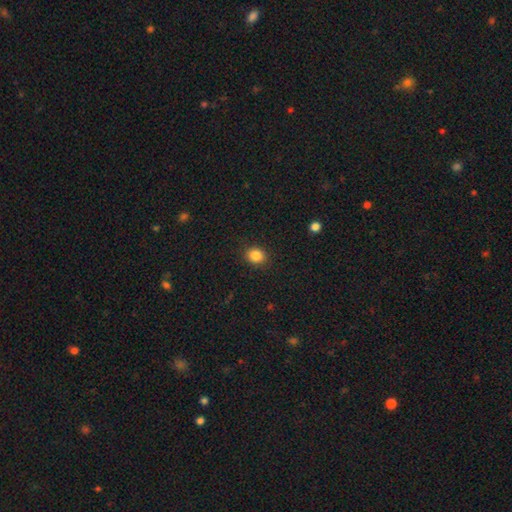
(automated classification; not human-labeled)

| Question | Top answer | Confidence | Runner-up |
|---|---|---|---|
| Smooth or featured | smooth | 85% | star or artifact (10%) |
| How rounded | round | 69% | in between (30%) |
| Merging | none | 89% | minor disturbance (8%) |